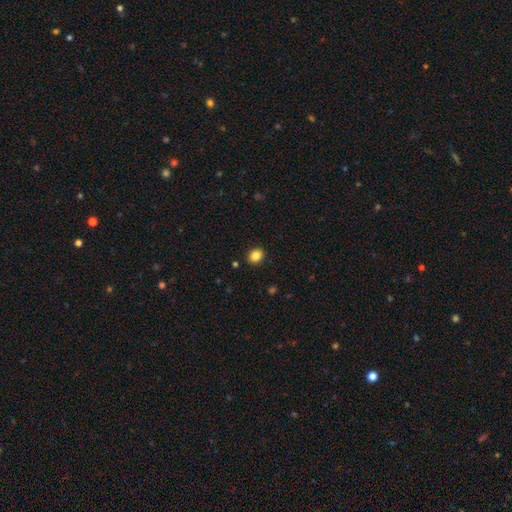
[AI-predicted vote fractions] smooth_or_featured: smooth (p=0.85) [alt: star or artifact p=0.10]
how_rounded: round (p=0.59) [alt: in between p=0.40]
merging: none (p=0.90) [alt: minor disturbance p=0.07]